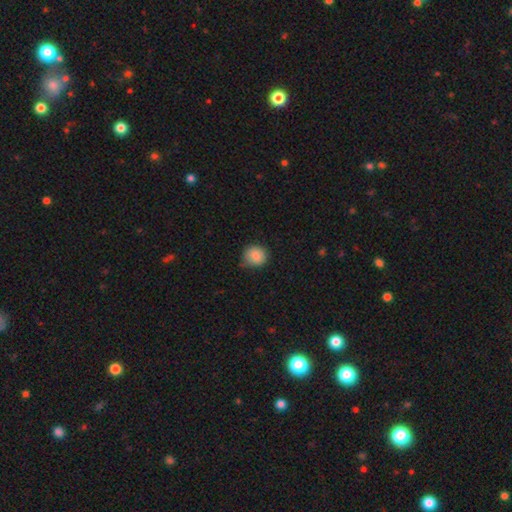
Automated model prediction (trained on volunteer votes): Morphology: type=smooth (86%); roundness=round (87%); merging=none (73%).